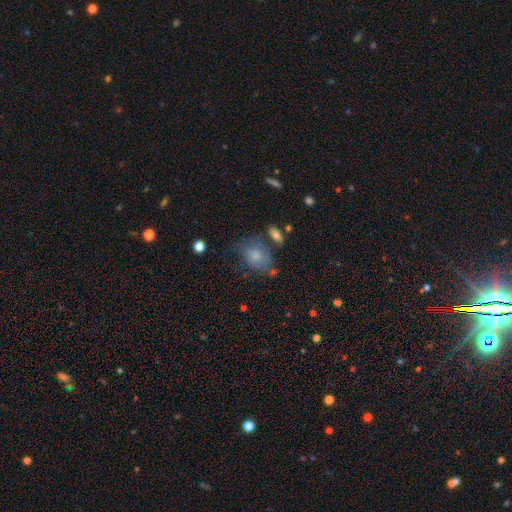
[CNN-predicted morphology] Smooth or featured?
  - smooth: 63% *
  - featured or disk: 28%
  - star or artifact: 9%
How rounded?
  - in between: 71% *
  - round: 27%
  - cigar-shaped: 2%
Merging?
  - none: 48% *
  - minor disturbance: 28%
  - major disturbance: 16%
  - merger: 8%